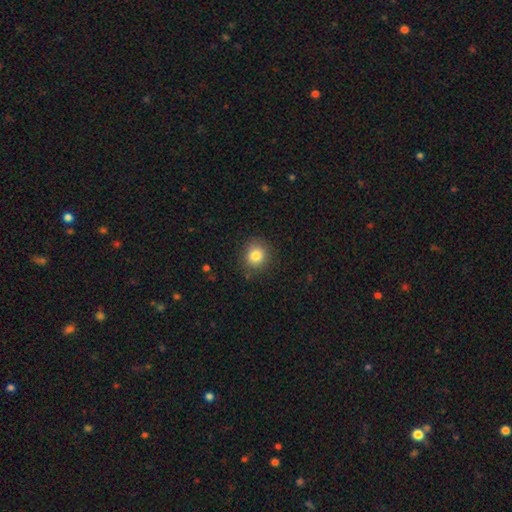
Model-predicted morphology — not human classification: Overall: smooth (82%). How rounded: round (85%). Merging: none (86%).